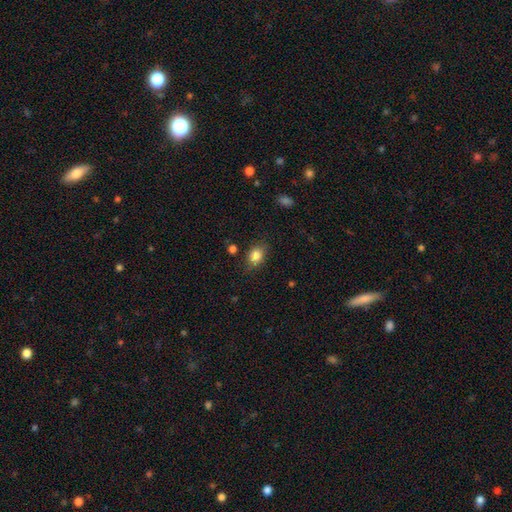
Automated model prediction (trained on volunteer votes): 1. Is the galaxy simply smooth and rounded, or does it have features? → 84% smooth, 9% star or artifact, 7% featured or disk.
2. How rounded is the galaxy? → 66% in between, 33% round, 1% cigar-shaped.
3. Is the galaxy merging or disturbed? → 77% none, 17% minor disturbance, 4% major disturbance, 2% merger.